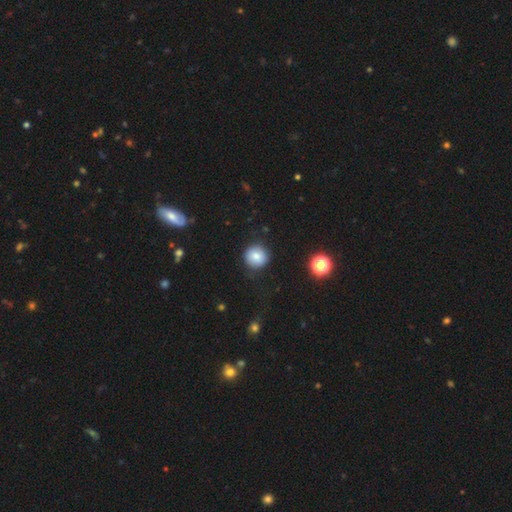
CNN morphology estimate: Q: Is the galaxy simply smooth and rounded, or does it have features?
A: smooth — 81%.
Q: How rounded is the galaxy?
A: round — 92%.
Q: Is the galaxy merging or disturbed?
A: none — 86%.